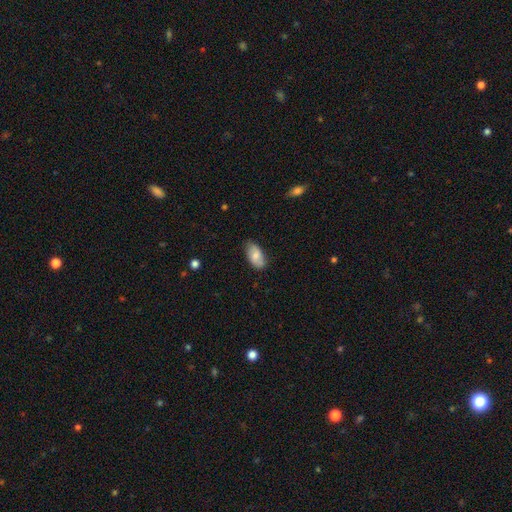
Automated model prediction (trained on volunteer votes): This is likely a smooth galaxy (70%). How rounded: clearly in between (94%). Merging: likely none (76%).